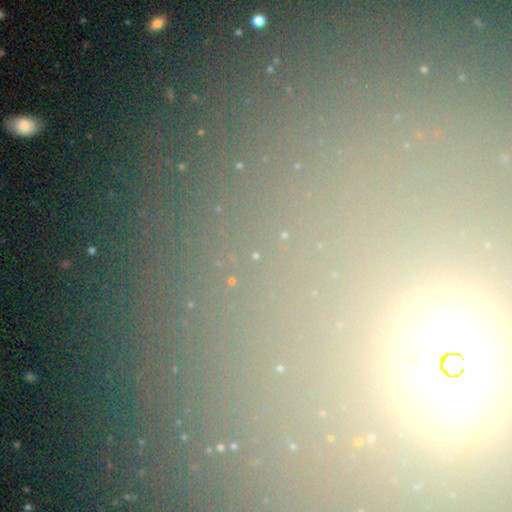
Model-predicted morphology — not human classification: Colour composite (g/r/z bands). It shows a star or artifact, not a galaxy (68%).